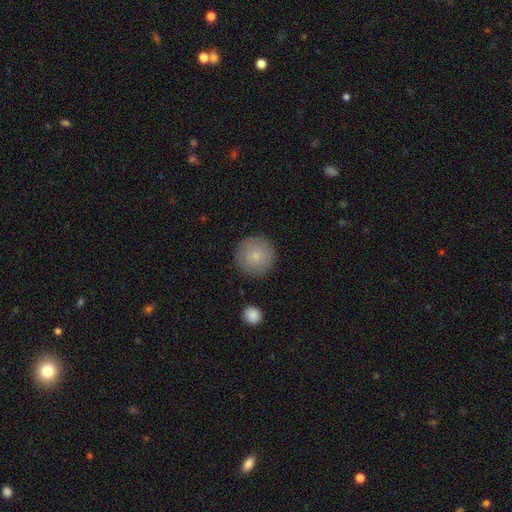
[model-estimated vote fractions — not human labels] Q: Smooth or featured?
A: smooth (82%); runner-up: featured or disk (11%)
Q: How rounded?
A: round (96%); runner-up: in between (3%)
Q: Merging?
A: none (88%); runner-up: minor disturbance (8%)